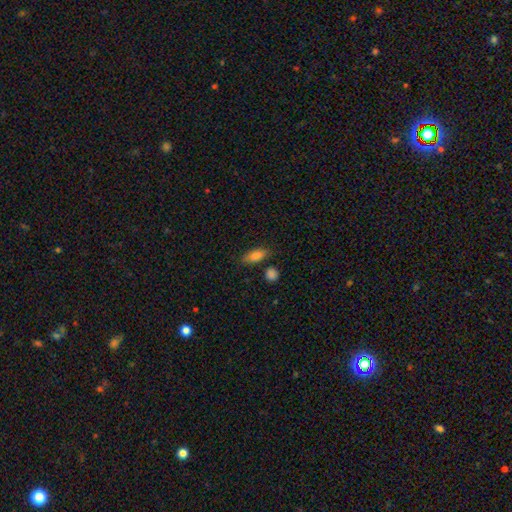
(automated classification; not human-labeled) This is clearly a smooth galaxy (82%). How rounded: likely in between (76%). Merging: likely none (78%).